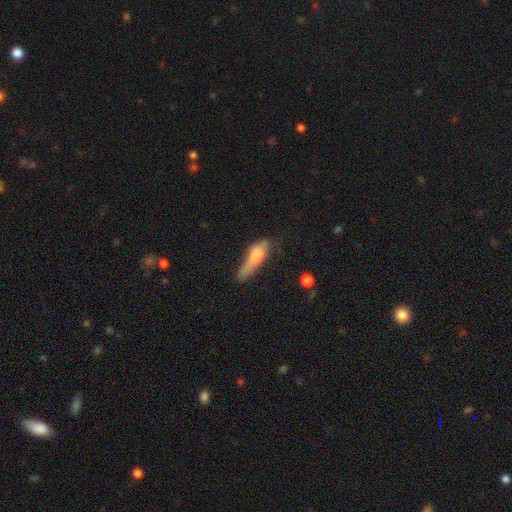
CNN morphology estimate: type=smooth (67%); roundness=cigar-shaped (56%); merging=minor disturbance (33%).